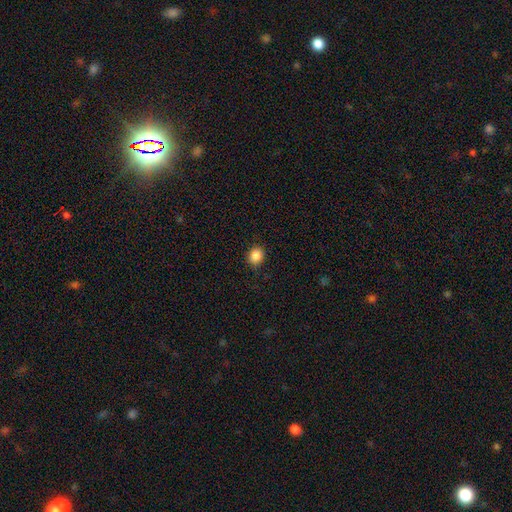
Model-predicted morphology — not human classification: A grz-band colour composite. It shows a smooth galaxy with no disk features (87%) that is round (74%). Merging: none (88%).